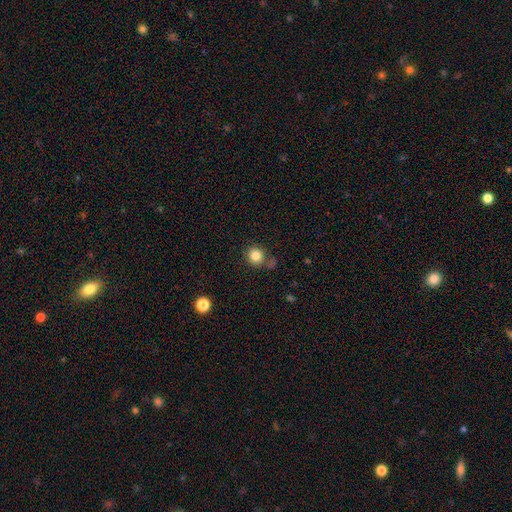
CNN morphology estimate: A smooth galaxy with no disk features (83%) that is round (89%). Merging: none (74%).